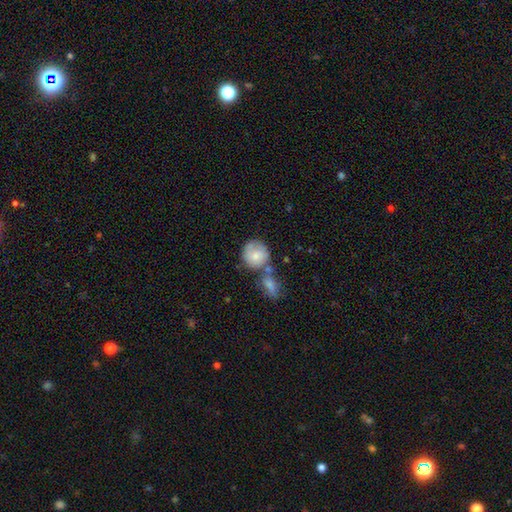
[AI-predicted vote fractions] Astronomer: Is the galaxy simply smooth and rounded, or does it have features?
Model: smooth — 74%.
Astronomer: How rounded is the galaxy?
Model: round — 85%.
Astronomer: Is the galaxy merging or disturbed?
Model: none — 44% (runner-up: merger, 32%).